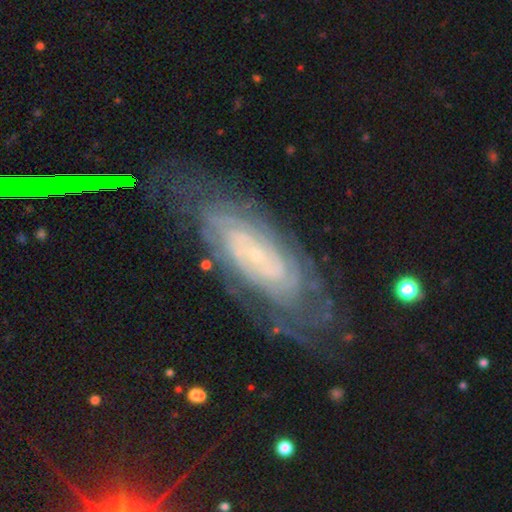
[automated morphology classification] Smooth or featured? Predicted: featured or disk (p=0.78). Edge-on disk? Predicted: no (p=0.88). Bar? Predicted: no (p=0.70). Spiral arms? Predicted: yes (p=0.91). Spiral winding? Predicted: tight (p=0.76). Spiral arm count? Predicted: can't tell (p=0.59). Bulge size? Predicted: small (p=0.81). Merging? Predicted: none (p=0.72).